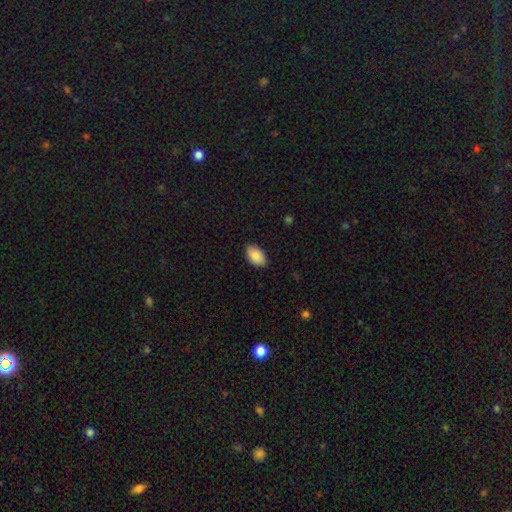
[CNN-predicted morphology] type=smooth (90%); roundness=in between (93%); merging=none (86%).